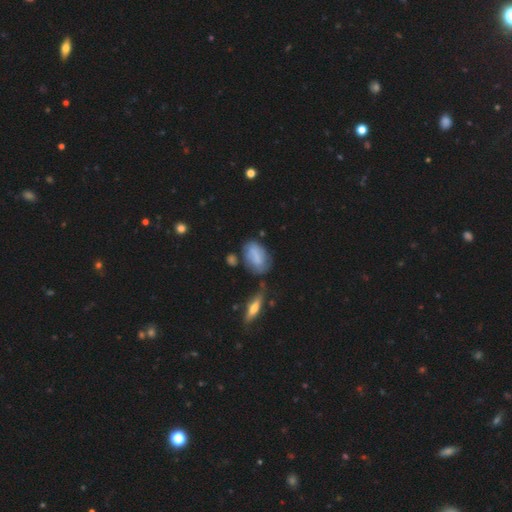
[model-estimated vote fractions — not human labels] A smooth galaxy with no disk features (62%) that is in between round and cigar-shaped (86%). Merging: none (55%).